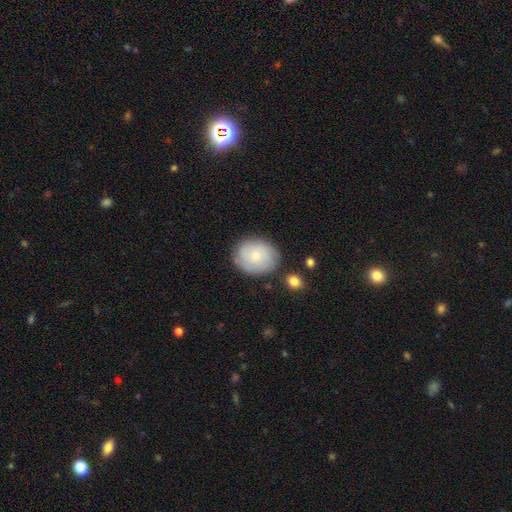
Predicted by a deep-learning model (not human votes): This is likely a smooth galaxy (71%). How rounded: possibly round (56%). Merging: likely none (78%).